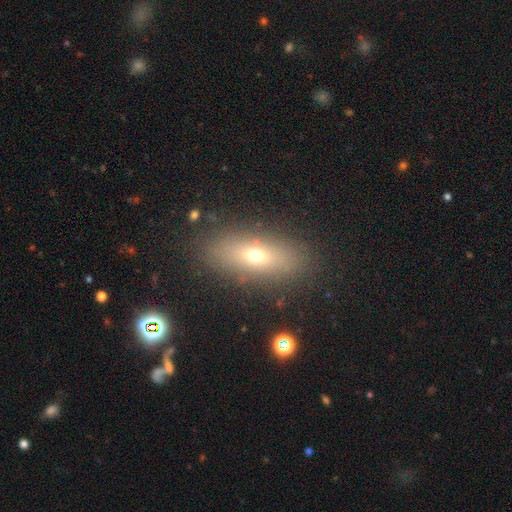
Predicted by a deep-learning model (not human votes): Overall: smooth (63%; featured or disk 24%). How rounded: in between (73%). Merging: none (83%).